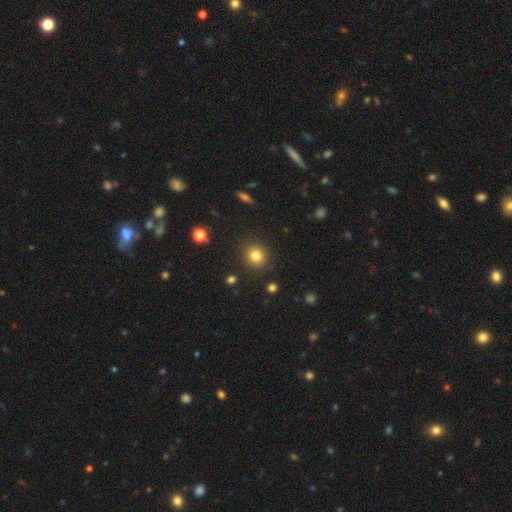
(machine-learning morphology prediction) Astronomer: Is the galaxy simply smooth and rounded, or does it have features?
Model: smooth — 80%.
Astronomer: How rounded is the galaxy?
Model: round — 85%.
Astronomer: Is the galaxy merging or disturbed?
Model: none — 89%.